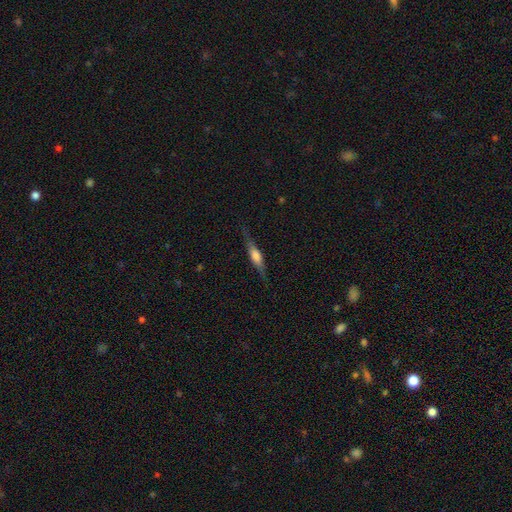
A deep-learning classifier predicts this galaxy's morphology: smooth-or-featured: featured or disk: 57% | smooth: 37% | star or artifact: 7%
  disk-edge-on: yes: 93% | no: 7%
    edge-on-bulge: rounded: 65% | boxy: 28% | none: 8%
  merging: none: 80% | minor disturbance: 15% | major disturbance: 5% | merger: 1%